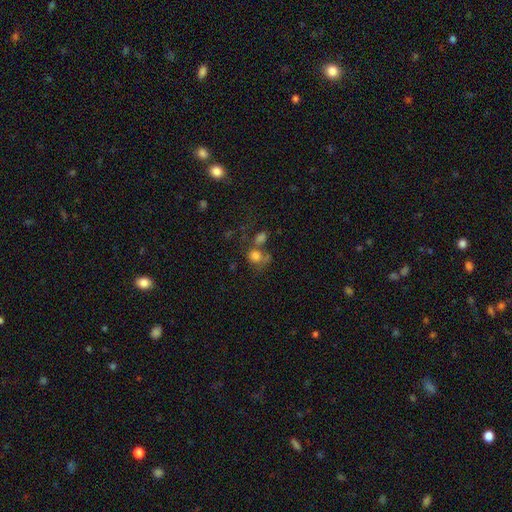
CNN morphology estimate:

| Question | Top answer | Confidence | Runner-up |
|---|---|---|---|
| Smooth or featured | smooth | 74% | star or artifact (13%) |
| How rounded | round | 70% | in between (29%) |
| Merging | merger | 37% | tied: none (37%) |